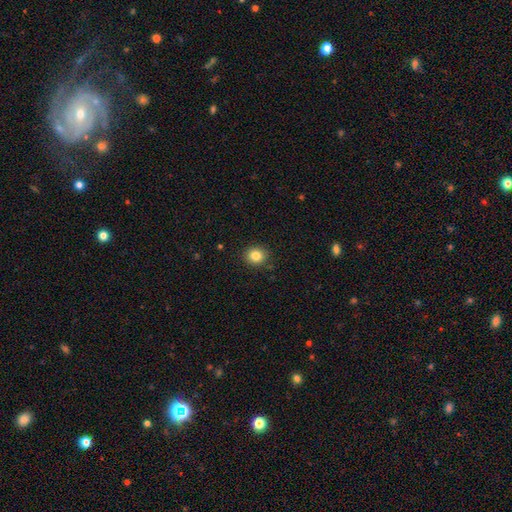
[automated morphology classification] smooth-or-featured: smooth: 83% | star or artifact: 11% | featured or disk: 6%
  how-rounded: round: 84% | in between: 15% | cigar-shaped: 1%
  merging: none: 90% | minor disturbance: 7% | major disturbance: 2% | merger: 1%